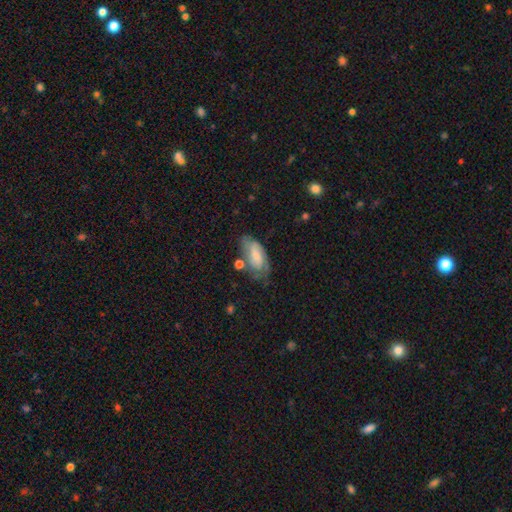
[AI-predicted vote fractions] Smooth or featured: smooth — 49% (featured or disk — 43%)
Merging: none — 51% (minor disturbance — 27%)